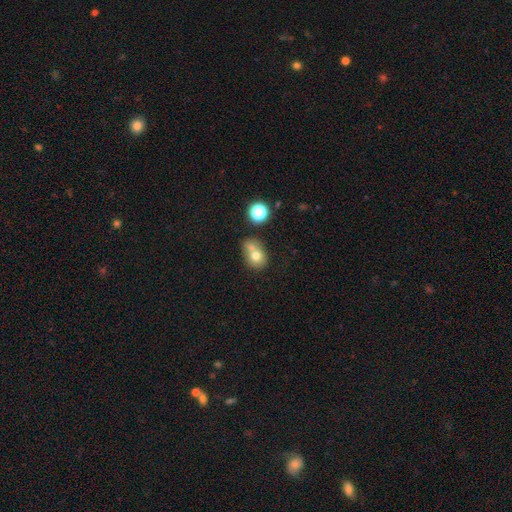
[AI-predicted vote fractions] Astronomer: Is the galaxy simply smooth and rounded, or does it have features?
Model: smooth — 71%.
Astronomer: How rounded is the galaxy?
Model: round — 60% (runner-up: in between, 39%).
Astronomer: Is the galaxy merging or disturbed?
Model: merger — 51% (runner-up: none, 34%).